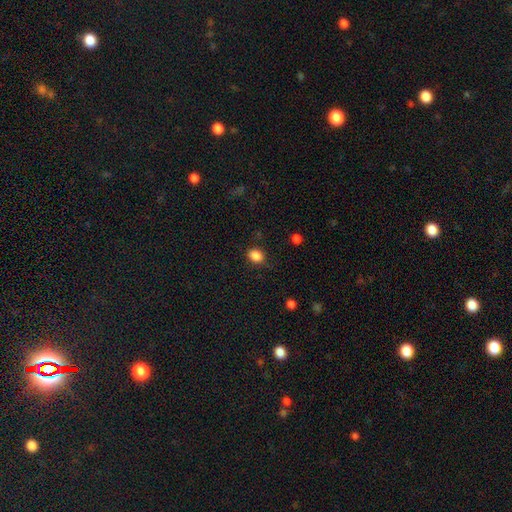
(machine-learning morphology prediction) smooth-or-featured: smooth: 87% | star or artifact: 10% | featured or disk: 3%
  how-rounded: in between: 56% | round: 43% | cigar-shaped: 1%
  merging: none: 83% | minor disturbance: 13% | major disturbance: 3% | merger: 1%